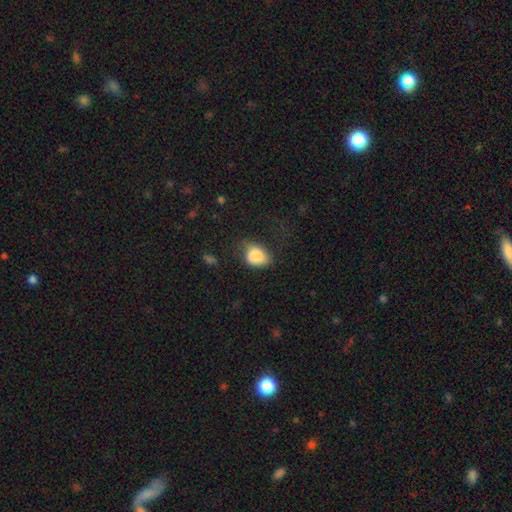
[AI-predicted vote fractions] Q: Smooth or featured?
A: smooth (81%); runner-up: featured or disk (10%)
Q: How rounded?
A: in between (69%); runner-up: round (30%)
Q: Merging?
A: none (39%); runner-up: minor disturbance (34%)